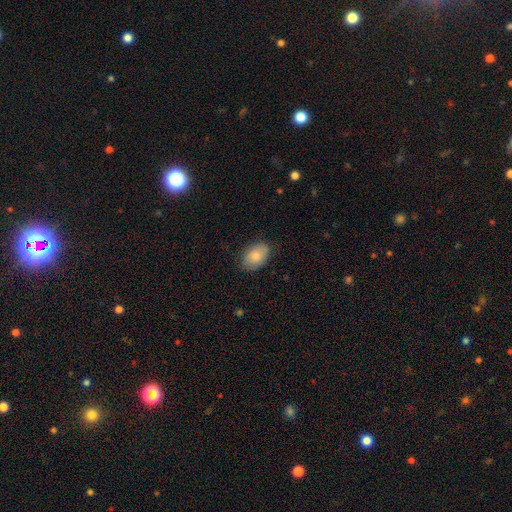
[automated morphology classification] smooth 80%, featured or disk 13%, star or artifact 7%. Down the decision tree: how rounded — in between (84%); merging — none (82%).